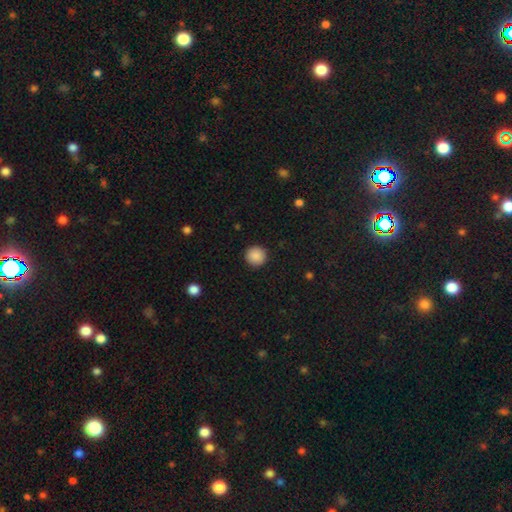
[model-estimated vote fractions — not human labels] Morphology: type=smooth (89%); roundness=round (95%); merging=none (92%).